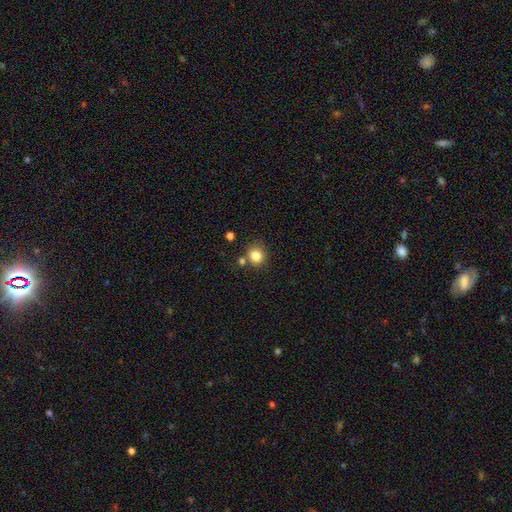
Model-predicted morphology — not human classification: A smooth galaxy with no disk features (83%) that is round (84%). Merging: none (73%).